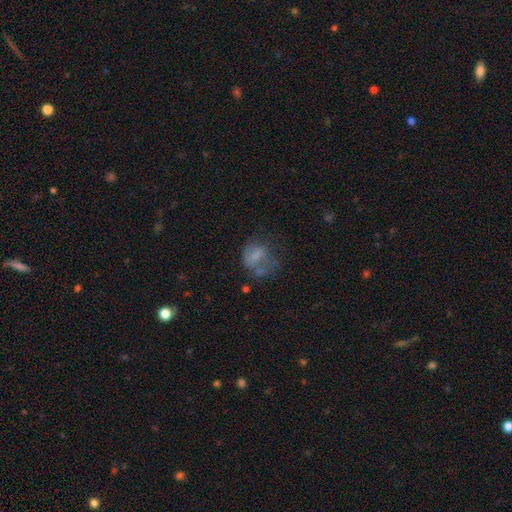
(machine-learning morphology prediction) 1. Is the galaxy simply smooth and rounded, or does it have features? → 53% smooth, 33% featured or disk, 14% star or artifact.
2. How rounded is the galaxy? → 51% in between, 47% round, 2% cigar-shaped.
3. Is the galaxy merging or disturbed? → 36% major disturbance, 30% none, 21% minor disturbance, 13% merger.